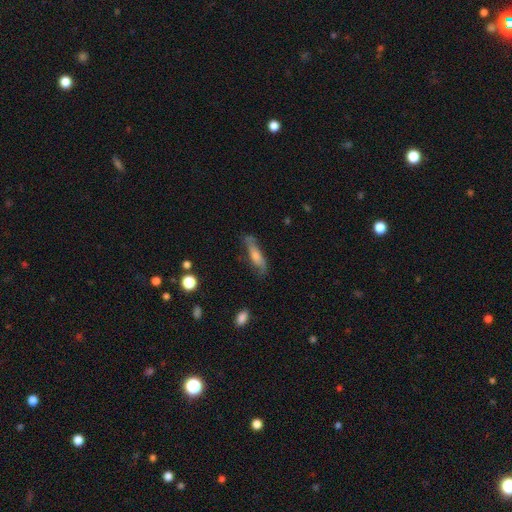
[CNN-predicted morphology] Smooth or featured? featured or disk (47%)
Merging? none (68%)